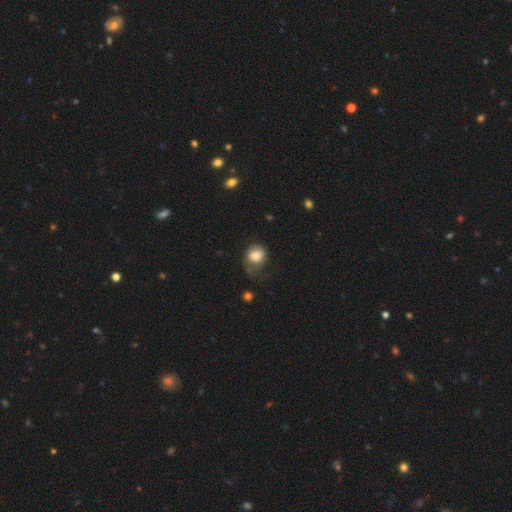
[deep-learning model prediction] Smooth or featured? Predicted: smooth (p=0.77). How rounded? Predicted: round (p=0.68). Merging? Predicted: none (p=0.50).